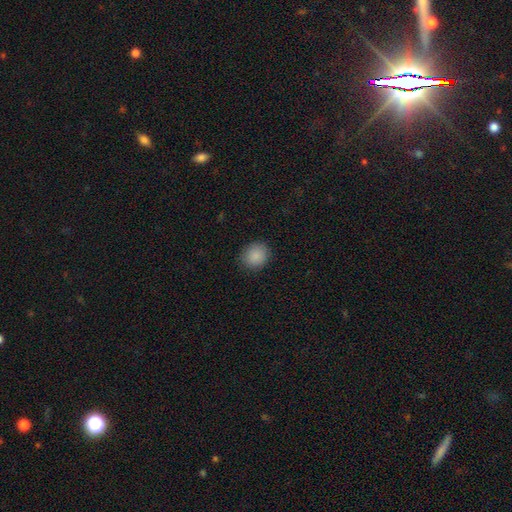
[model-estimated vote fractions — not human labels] Smooth or featured? Predicted: smooth (p=0.88). How rounded? Predicted: round (p=0.72). Merging? Predicted: none (p=0.88).